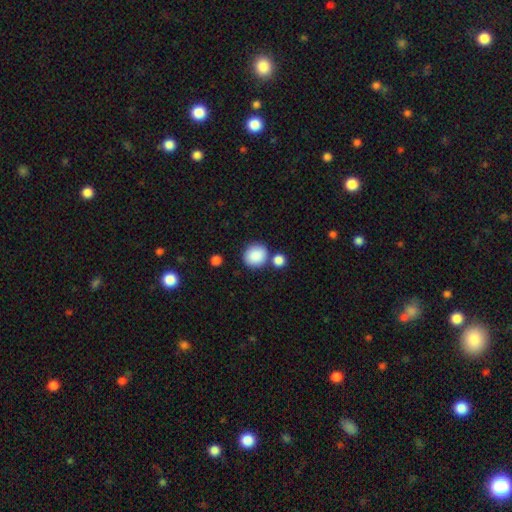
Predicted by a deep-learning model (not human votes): A smooth galaxy with no disk features (88%) that is round (82%). Merging: none (71%).